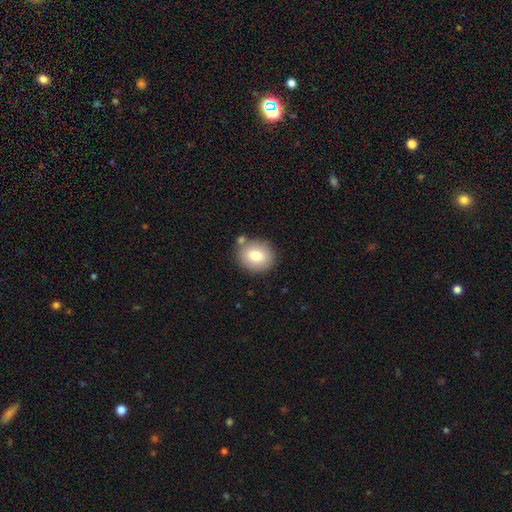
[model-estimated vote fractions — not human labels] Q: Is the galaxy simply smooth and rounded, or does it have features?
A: smooth — 79%.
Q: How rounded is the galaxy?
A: round — 61%.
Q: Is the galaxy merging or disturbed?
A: none — 74%.